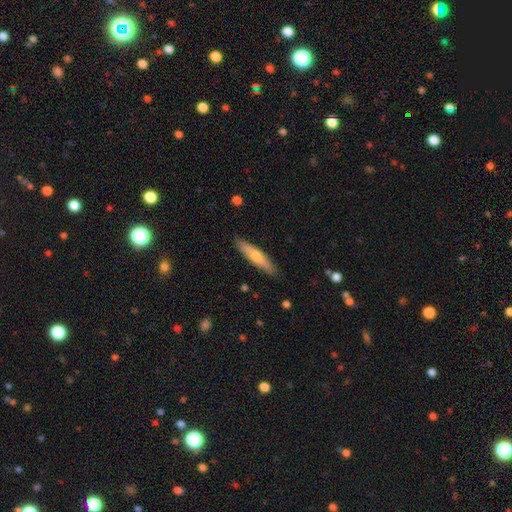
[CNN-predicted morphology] smooth_or_featured: smooth (p=0.59) [alt: featured or disk p=0.36]
how_rounded: cigar-shaped (p=0.84) [alt: in between p=0.14]
merging: none (p=0.89) [alt: minor disturbance p=0.08]